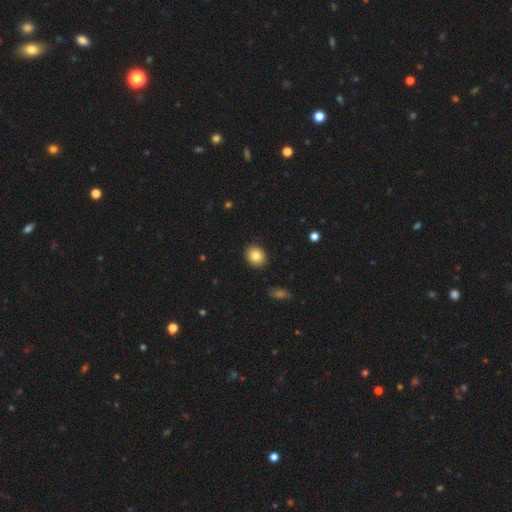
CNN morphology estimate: smooth-or-featured: smooth: 83% | star or artifact: 9% | featured or disk: 9%
  how-rounded: round: 59% | in between: 40% | cigar-shaped: 1%
  merging: none: 90% | minor disturbance: 7% | major disturbance: 2% | merger: 1%